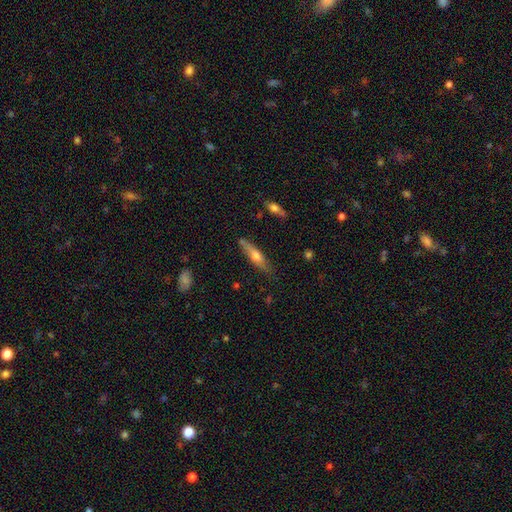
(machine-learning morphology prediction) smooth 54%, featured or disk 40%, star or artifact 6%. Down the decision tree: how rounded — cigar-shaped (75%); merging — none (76%).